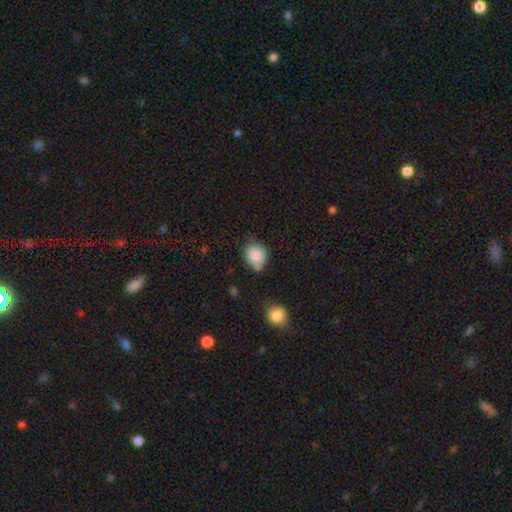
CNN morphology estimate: The model was most divided on "merging": none: 52%, minor disturbance: 32%, merger: 9%, major disturbance: 7%. More confident: smooth or featured — smooth (84%); how rounded — round (66%).